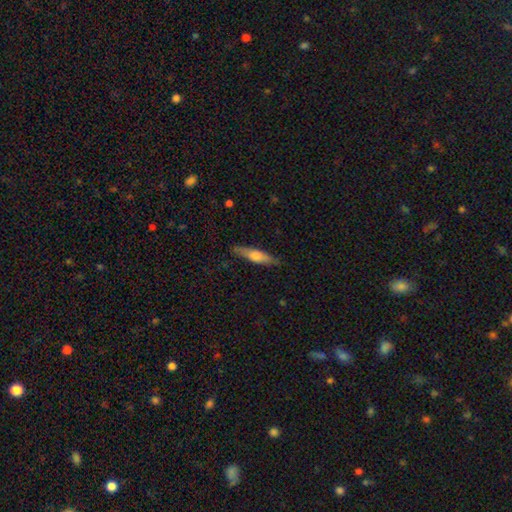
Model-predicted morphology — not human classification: smooth_or_featured: smooth (p=0.61) [alt: featured or disk p=0.33]
how_rounded: cigar-shaped (p=0.77) [alt: in between p=0.22]
merging: none (p=0.84) [alt: minor disturbance p=0.12]